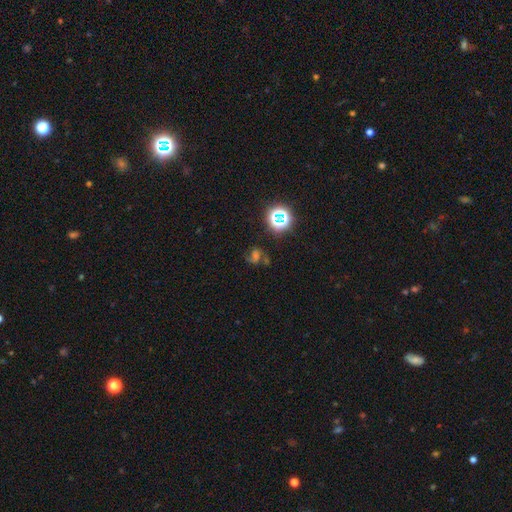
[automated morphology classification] smooth_or_featured: star or artifact (p=0.42) [alt: featured or disk p=0.31]